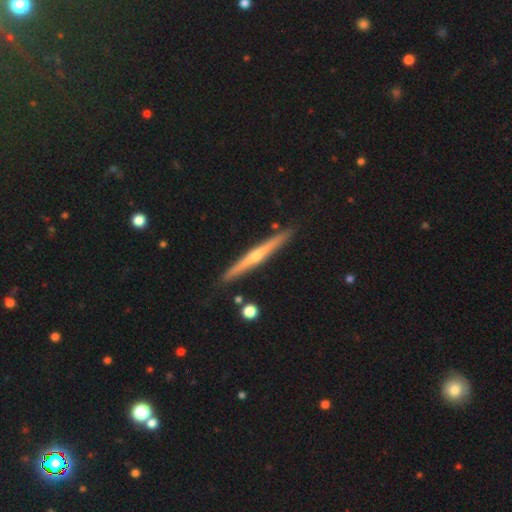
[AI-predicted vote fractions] Overall: featured or disk (75%). Edge-on disk: yes (97%). Edge-on bulge: rounded (74%). Merging: none (88%).